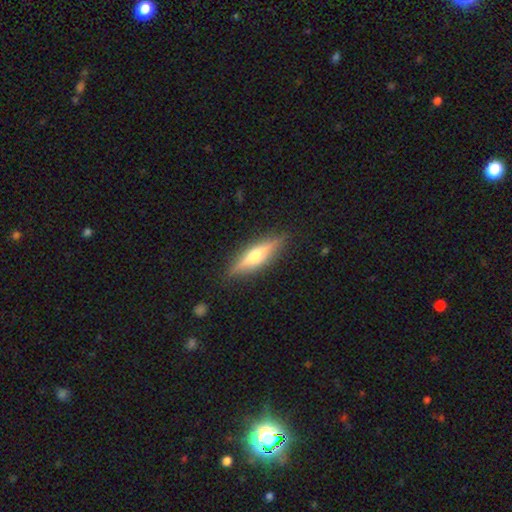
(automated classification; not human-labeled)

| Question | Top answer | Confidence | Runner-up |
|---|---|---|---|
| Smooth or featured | featured or disk | 61% | smooth (33%) |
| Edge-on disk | yes | 94% | no (6%) |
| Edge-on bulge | rounded | 88% | boxy (6%) |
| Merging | none | 88% | minor disturbance (9%) |